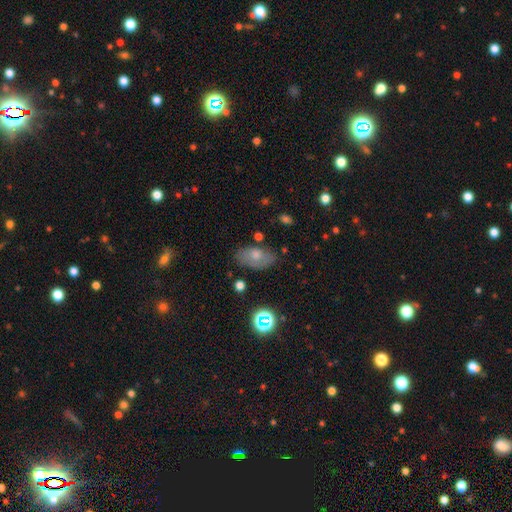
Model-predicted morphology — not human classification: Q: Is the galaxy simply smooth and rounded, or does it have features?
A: smooth — 69%.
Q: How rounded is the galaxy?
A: in between — 91%.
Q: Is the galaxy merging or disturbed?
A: none — 70%.